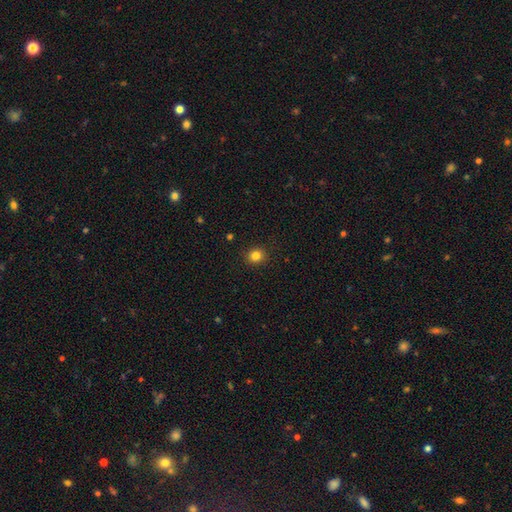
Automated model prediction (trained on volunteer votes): Morphology: type=smooth (83%); roundness=round (86%); merging=none (91%).